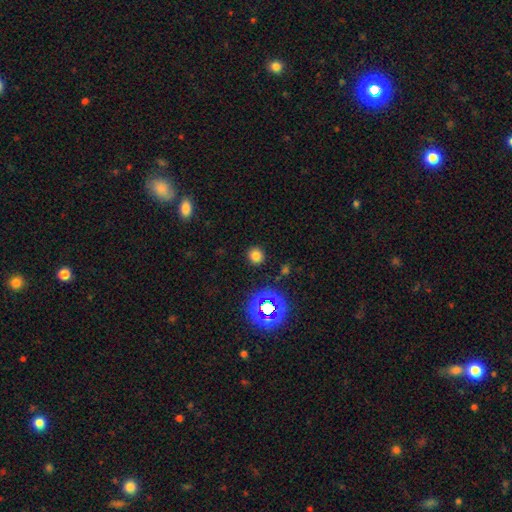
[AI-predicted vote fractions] A smooth galaxy with no disk features (73%) that is round (90%). Merging: none (89%).